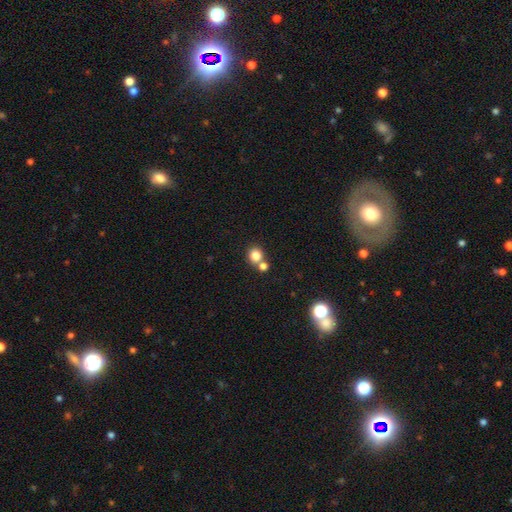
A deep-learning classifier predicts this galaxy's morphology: Smooth or featured?
  - smooth: 81% *
  - star or artifact: 12%
  - featured or disk: 7%
How rounded?
  - round: 86% *
  - in between: 13%
  - cigar-shaped: 1%
Merging?
  - none: 58% *
  - merger: 33%
  - minor disturbance: 7%
  - major disturbance: 3%